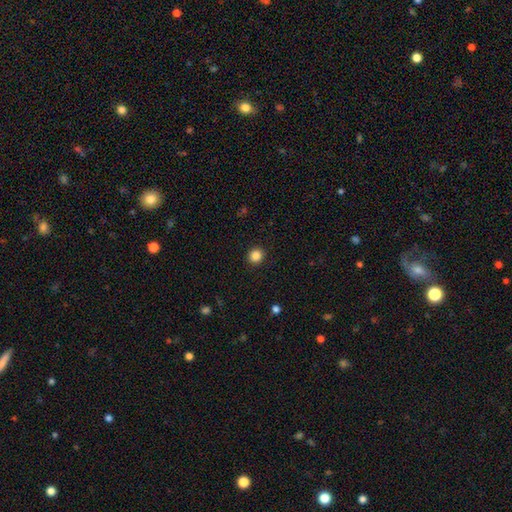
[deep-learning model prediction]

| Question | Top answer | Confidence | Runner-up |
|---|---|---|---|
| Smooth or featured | smooth | 85% | star or artifact (11%) |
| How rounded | round | 88% | in between (11%) |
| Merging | none | 92% | minor disturbance (5%) |